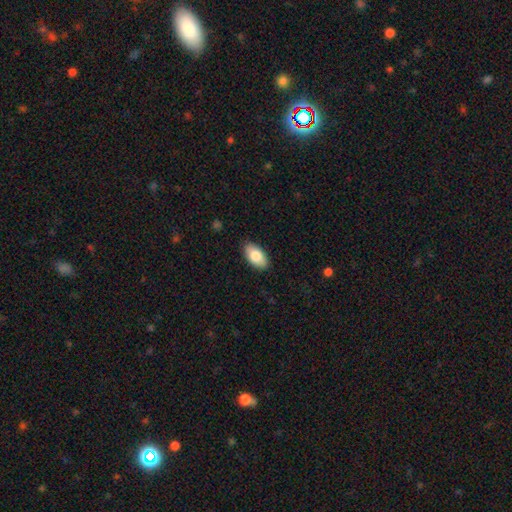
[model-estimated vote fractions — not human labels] Smooth or featured? smooth (83%)
How rounded? in between (95%)
Merging? none (88%)